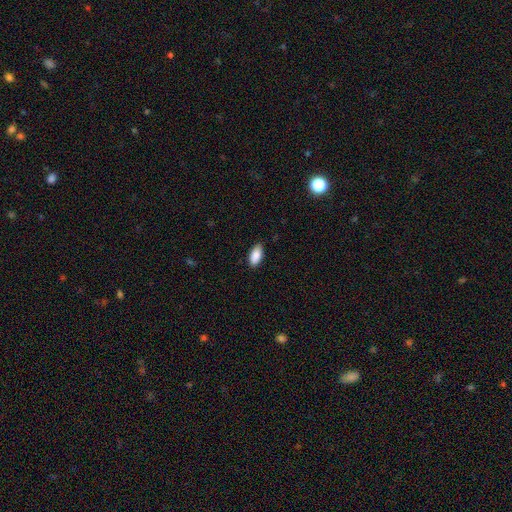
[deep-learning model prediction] Q: Smooth or featured?
A: smooth (89%); runner-up: star or artifact (6%)
Q: How rounded?
A: in between (93%); runner-up: cigar-shaped (5%)
Q: Merging?
A: none (86%); runner-up: minor disturbance (11%)